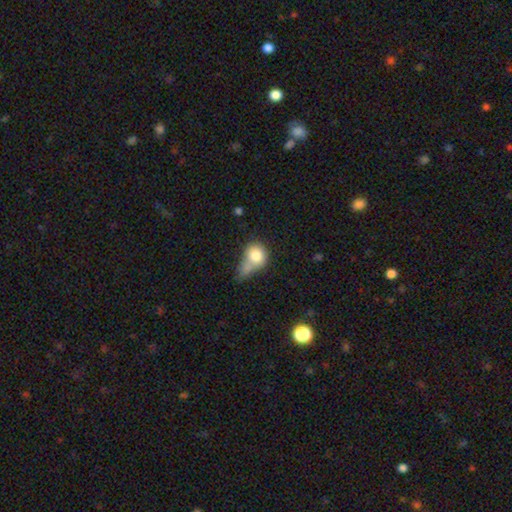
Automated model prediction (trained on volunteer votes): Smooth or featured? Predicted: smooth (p=0.77). How rounded? Predicted: round (p=0.63). Merging? Predicted: merger (p=0.39).